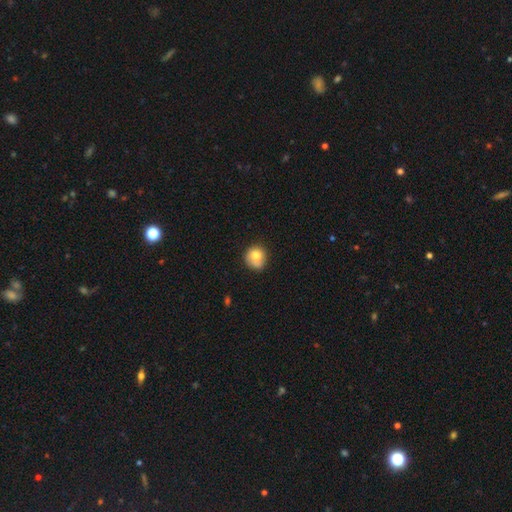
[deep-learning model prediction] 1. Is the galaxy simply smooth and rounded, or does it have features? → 76% smooth, 15% featured or disk, 9% star or artifact.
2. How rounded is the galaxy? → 85% round, 14% in between, 1% cigar-shaped.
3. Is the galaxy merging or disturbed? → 60% none, 26% minor disturbance, 8% major disturbance, 7% merger.